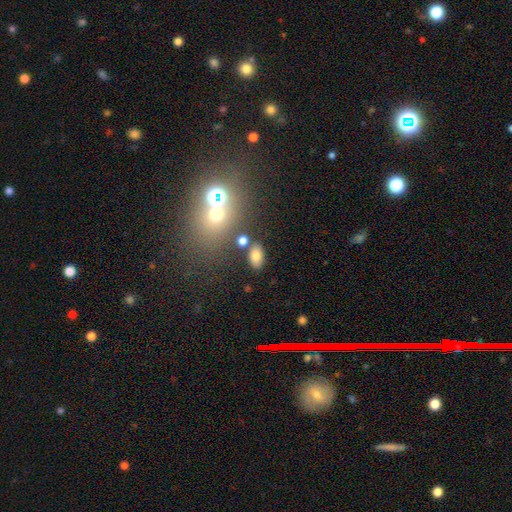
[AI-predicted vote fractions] Smooth or featured? Predicted: smooth (p=0.75). How rounded? Predicted: in between (p=0.89). Merging? Predicted: none (p=0.78).